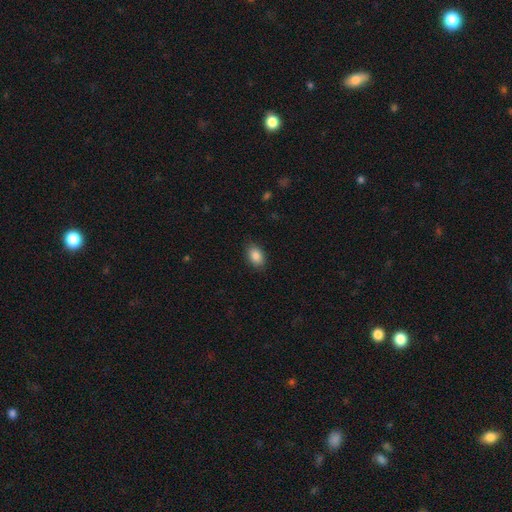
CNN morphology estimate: A smooth galaxy with no disk features (86%) that is in between round and cigar-shaped (90%).

Vote fractions:
- Smooth or featured? smooth: 86% / star or artifact: 7% / featured or disk: 6%
- How rounded? in between: 90% / round: 9% / cigar-shaped: 2%
- Merging? none: 86% / minor disturbance: 10% / major disturbance: 2% / merger: 1%